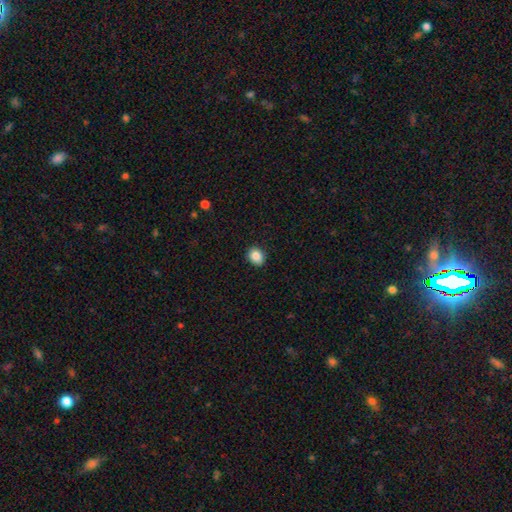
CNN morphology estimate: This appears to be a smooth galaxy with no disk features (86%) that is round (57%). Merging: none (89%).